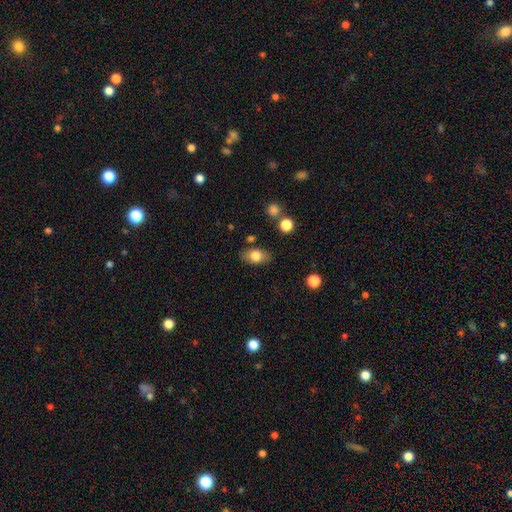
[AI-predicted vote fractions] Smooth or featured? smooth (79%)
How rounded? in between (85%)
Merging? none (81%)